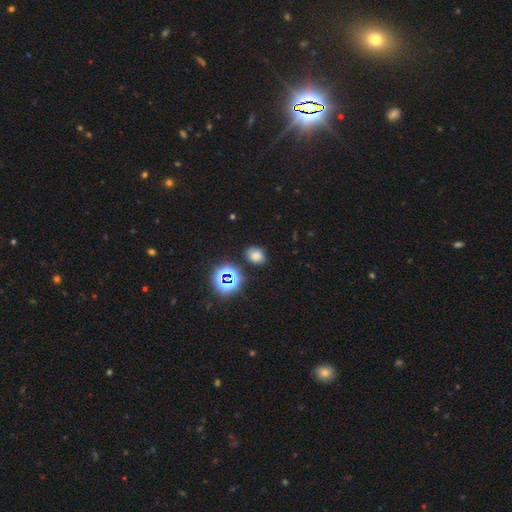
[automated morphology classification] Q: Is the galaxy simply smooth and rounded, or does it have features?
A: smooth — 68%.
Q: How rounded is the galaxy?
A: in between — 57%.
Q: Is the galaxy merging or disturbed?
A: none — 78%.